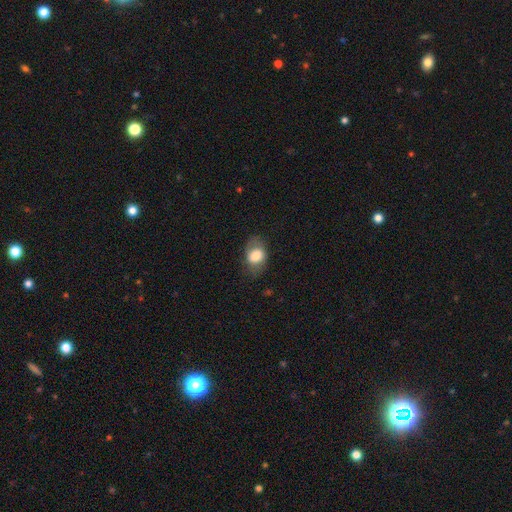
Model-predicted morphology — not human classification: Smooth or featured? smooth (74%)
How rounded? in between (75%)
Merging? none (70%)